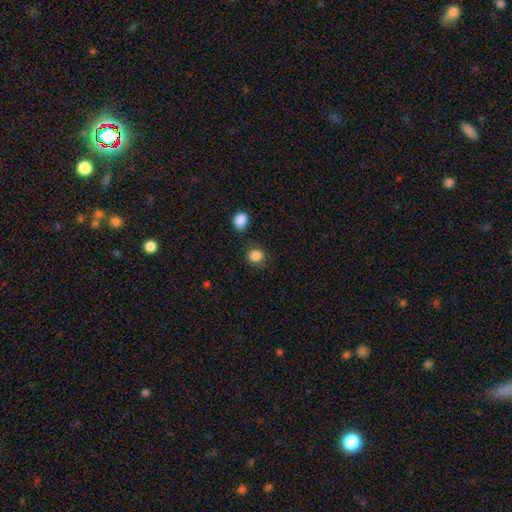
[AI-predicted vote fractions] Q: Smooth or featured?
A: smooth (86%); runner-up: star or artifact (10%)
Q: How rounded?
A: round (78%); runner-up: in between (21%)
Q: Merging?
A: none (76%); runner-up: minor disturbance (14%)